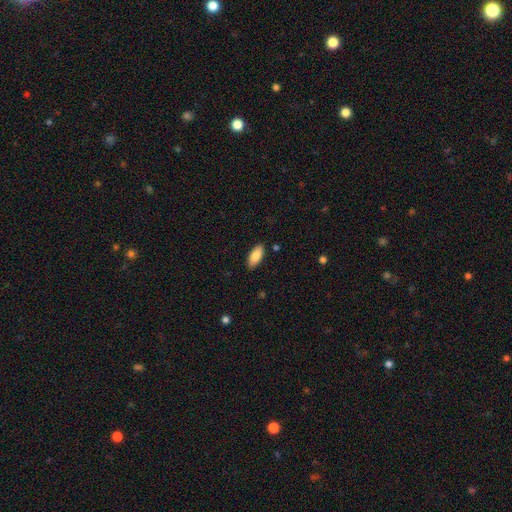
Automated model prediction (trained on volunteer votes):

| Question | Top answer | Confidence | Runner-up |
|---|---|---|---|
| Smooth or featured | smooth | 86% | featured or disk (8%) |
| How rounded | in between | 84% | cigar-shaped (14%) |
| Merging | none | 88% | minor disturbance (9%) |